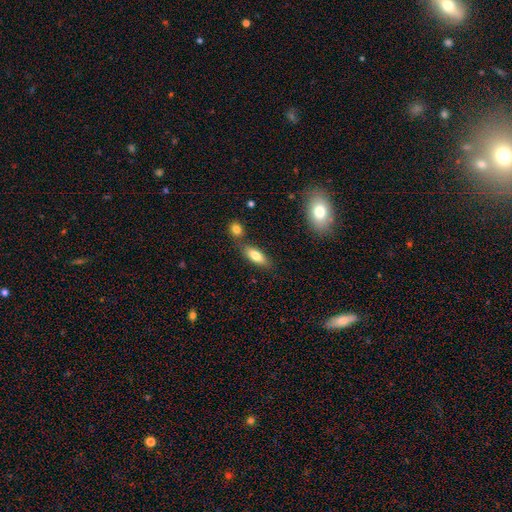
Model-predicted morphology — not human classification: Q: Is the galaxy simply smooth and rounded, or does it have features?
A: smooth — 79%.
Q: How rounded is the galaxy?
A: in between — 74%.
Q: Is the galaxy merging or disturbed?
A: none — 69%.